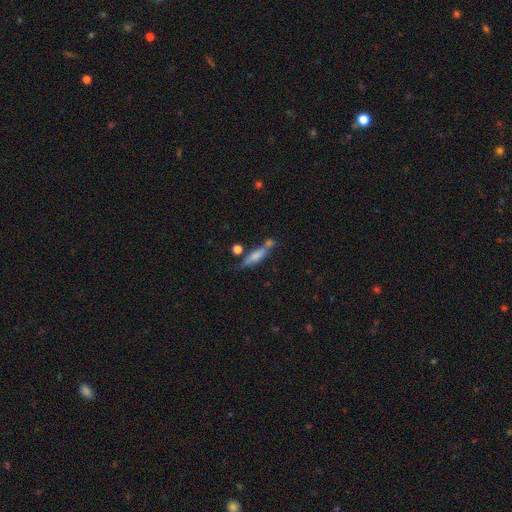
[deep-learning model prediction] The model was most divided on "merging": none: 52%, merger: 22%, minor disturbance: 19%, major disturbance: 7%. More confident: how rounded — cigar-shaped (70%); smooth or featured — smooth (62%).